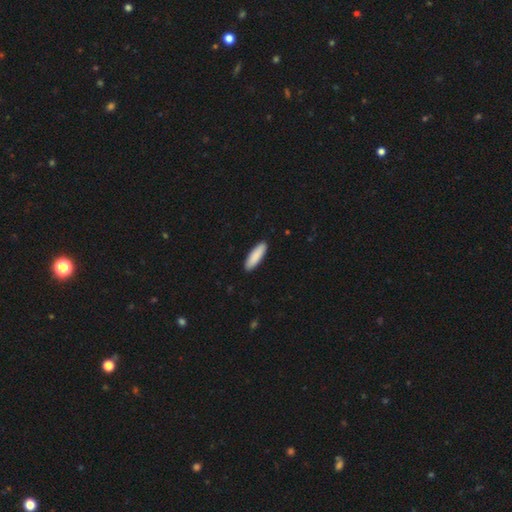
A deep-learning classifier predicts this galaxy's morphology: Overall: smooth (89%). How rounded: cigar-shaped (61%; in between 38%). Merging: none (92%).